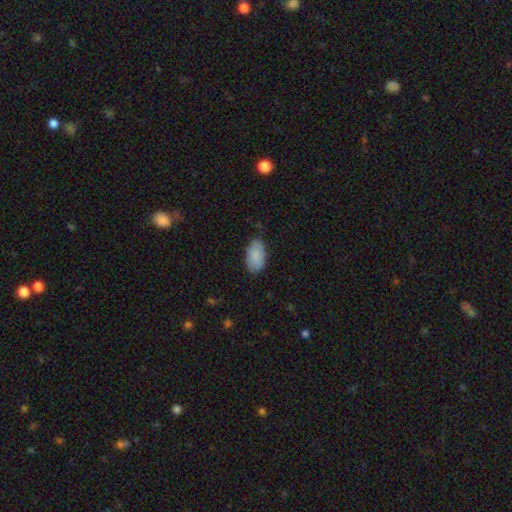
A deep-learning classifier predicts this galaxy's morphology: A smooth galaxy with no disk features (87%) that is in between round and cigar-shaped (95%).

Vote fractions:
- Smooth or featured? smooth: 87% / featured or disk: 7% / star or artifact: 6%
- How rounded? in between: 95% / round: 3% / cigar-shaped: 2%
- Merging? none: 80% / minor disturbance: 16% / major disturbance: 3% / merger: 1%